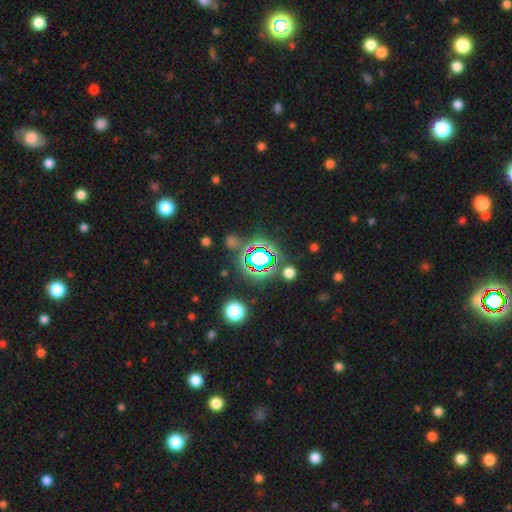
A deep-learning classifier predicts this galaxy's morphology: A star or artifact, not a galaxy (75%).

Vote fractions:
- Smooth or featured? star or artifact: 75% / smooth: 17% / featured or disk: 8%